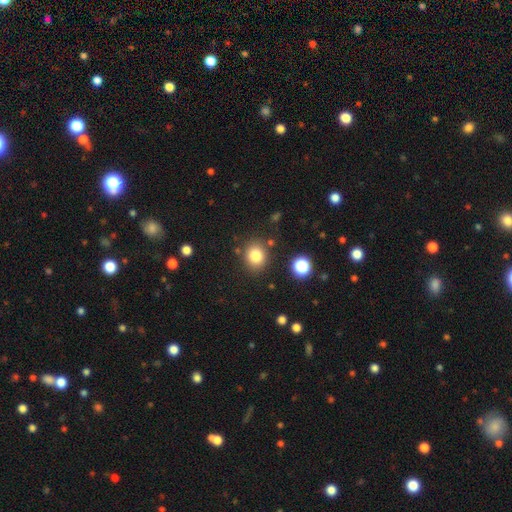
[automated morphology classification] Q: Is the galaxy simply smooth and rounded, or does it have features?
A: smooth — 82%.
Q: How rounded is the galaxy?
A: round — 71%.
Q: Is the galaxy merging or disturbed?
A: none — 82%.